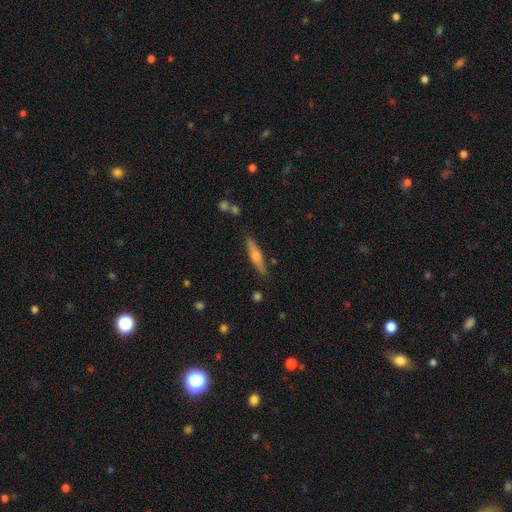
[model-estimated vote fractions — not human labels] Q: Smooth or featured?
A: featured or disk (53%); runner-up: smooth (41%)
Q: Edge-on disk?
A: yes (95%); runner-up: no (5%)
Q: Merging?
A: none (86%); runner-up: minor disturbance (10%)